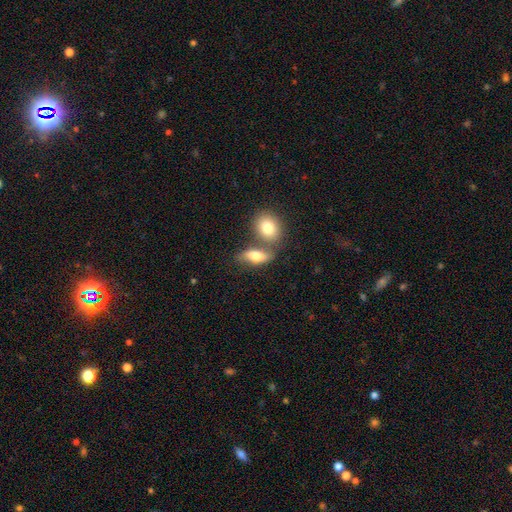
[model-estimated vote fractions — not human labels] A smooth galaxy with no disk features (72%) that is in between round and cigar-shaped (72%). Merging: none (47%).